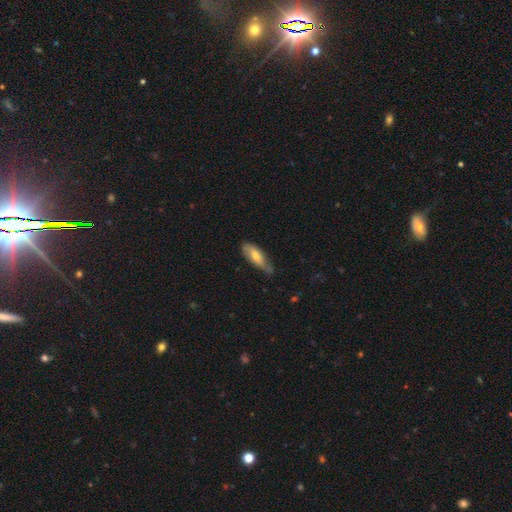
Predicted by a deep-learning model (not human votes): Overall: smooth (62%; featured or disk 32%). How rounded: in between (69%). Merging: none (53%; minor disturbance 35%).